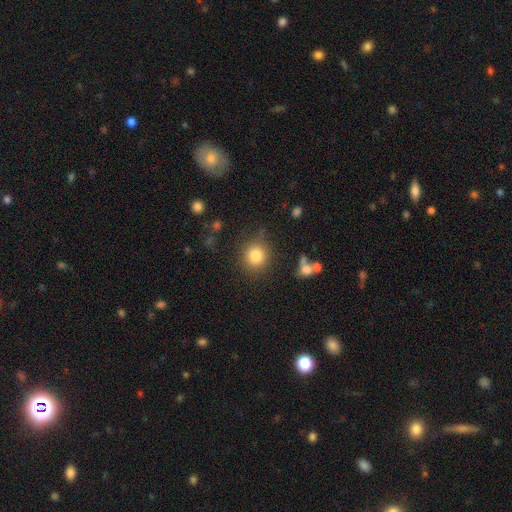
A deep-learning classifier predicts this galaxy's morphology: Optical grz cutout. It shows a smooth galaxy with no disk features (83%) that is round (87%). Merging: none (80%).